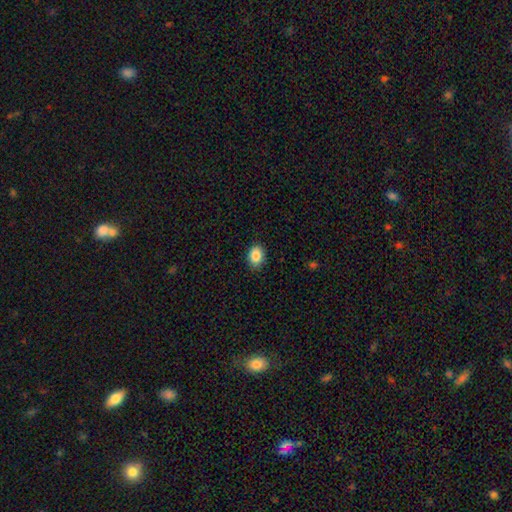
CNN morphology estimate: Q: Smooth or featured?
A: smooth (87%); runner-up: star or artifact (8%)
Q: How rounded?
A: in between (67%); runner-up: round (32%)
Q: Merging?
A: none (88%); runner-up: minor disturbance (9%)